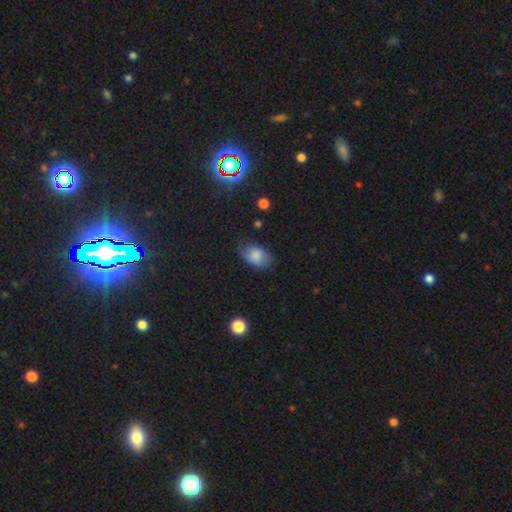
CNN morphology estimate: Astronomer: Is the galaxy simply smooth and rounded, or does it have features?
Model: smooth — 79%.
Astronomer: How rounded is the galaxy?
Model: in between — 85%.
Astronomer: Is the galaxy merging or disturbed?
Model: none — 62%.